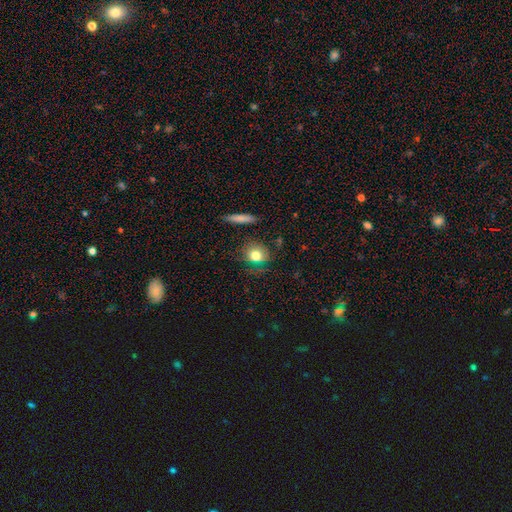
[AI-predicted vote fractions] smooth_or_featured: smooth (p=0.77) [alt: featured or disk p=0.13]
how_rounded: round (p=0.67) [alt: in between p=0.30]
merging: none (p=0.73) [alt: minor disturbance p=0.17]